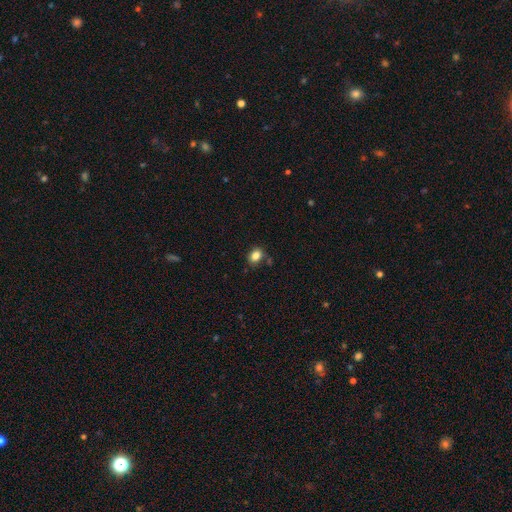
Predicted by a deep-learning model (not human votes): Smooth or featured?
  - smooth: 84% *
  - star or artifact: 10%
  - featured or disk: 6%
How rounded?
  - in between: 64% *
  - round: 35%
  - cigar-shaped: 1%
Merging?
  - none: 76% *
  - minor disturbance: 16%
  - merger: 5%
  - major disturbance: 4%